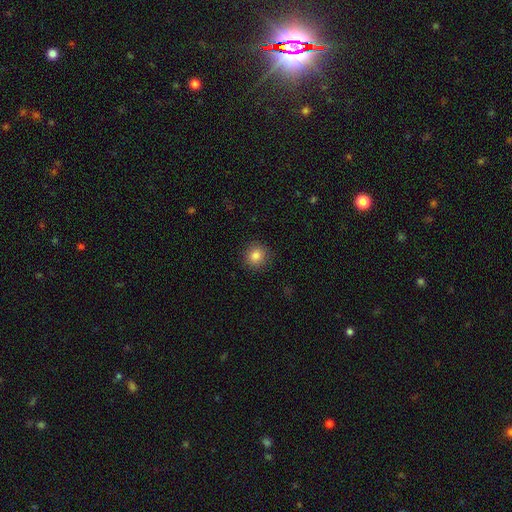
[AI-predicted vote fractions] Smooth or featured? Predicted: smooth (p=0.84). How rounded? Predicted: round (p=0.90). Merging? Predicted: none (p=0.90).